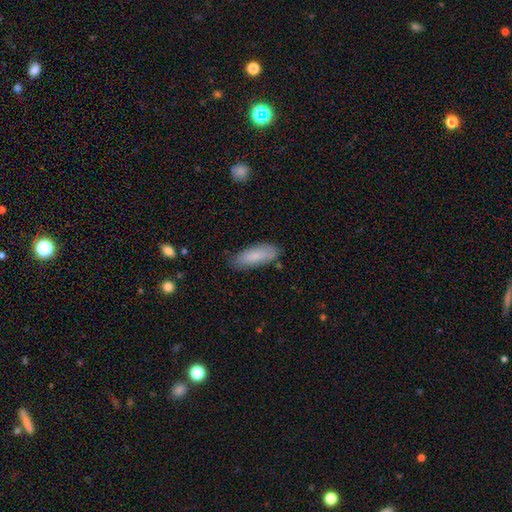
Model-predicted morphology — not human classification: Smooth or featured: smooth — 81% (featured or disk — 13%)
How rounded: in between — 68% (cigar-shaped — 30%)
Merging: none — 79% (minor disturbance — 16%)